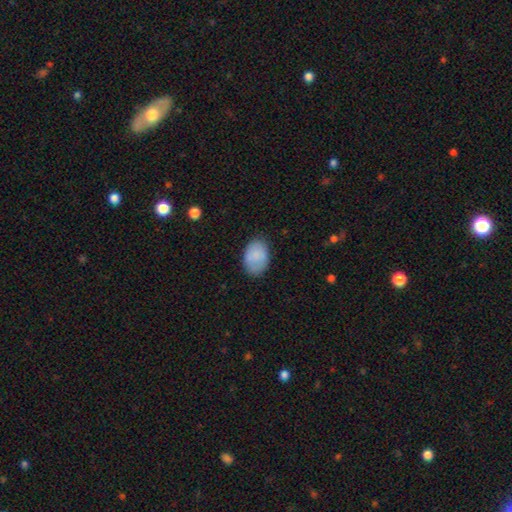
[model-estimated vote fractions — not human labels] This is clearly a smooth galaxy (86%). How rounded: clearly in between (85%). Merging: likely none (77%).